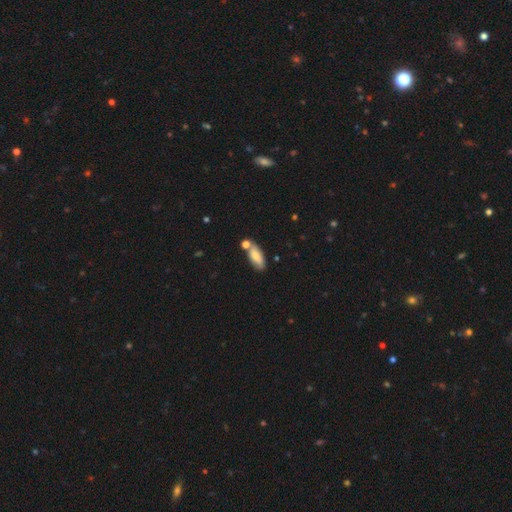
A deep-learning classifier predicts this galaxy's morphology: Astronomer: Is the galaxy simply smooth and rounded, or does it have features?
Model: smooth — 74%.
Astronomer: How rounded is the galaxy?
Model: in between — 77%.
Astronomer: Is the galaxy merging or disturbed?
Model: none — 63%.